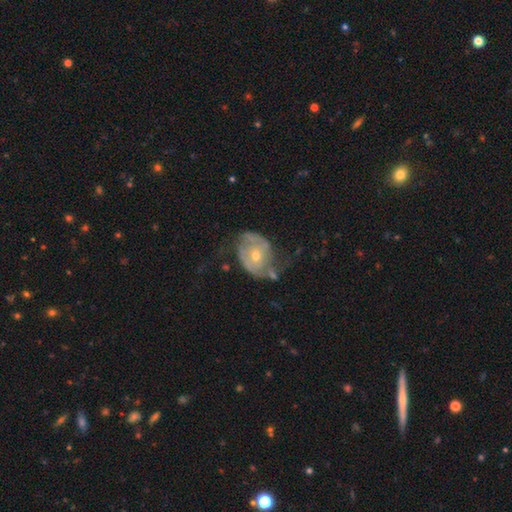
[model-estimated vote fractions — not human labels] A featured or disk galaxy (72%) with no bar (74%), 2 (65%) medium (38%) spiral arms (72%) and a moderate central bulge (52%). Merging: none (43%).